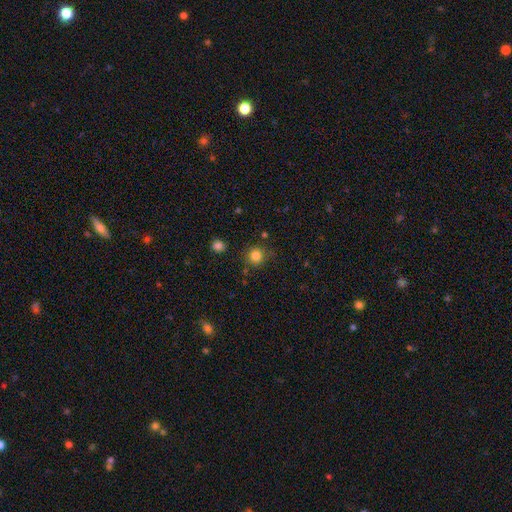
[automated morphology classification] type=smooth (82%); roundness=round (93%); merging=none (84%).